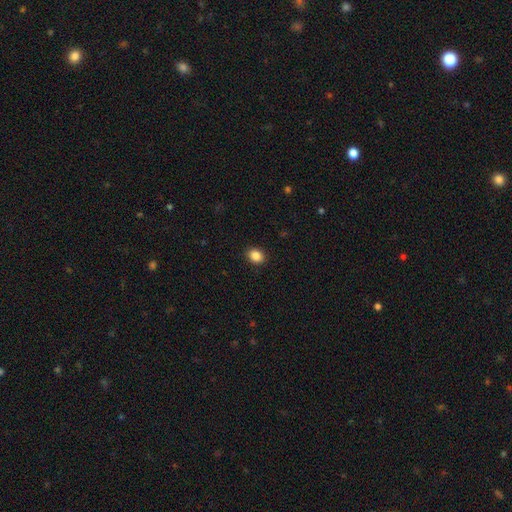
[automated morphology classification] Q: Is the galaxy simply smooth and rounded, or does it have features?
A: smooth — 87%.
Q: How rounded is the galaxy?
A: round — 53%.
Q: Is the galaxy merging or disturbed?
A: none — 91%.